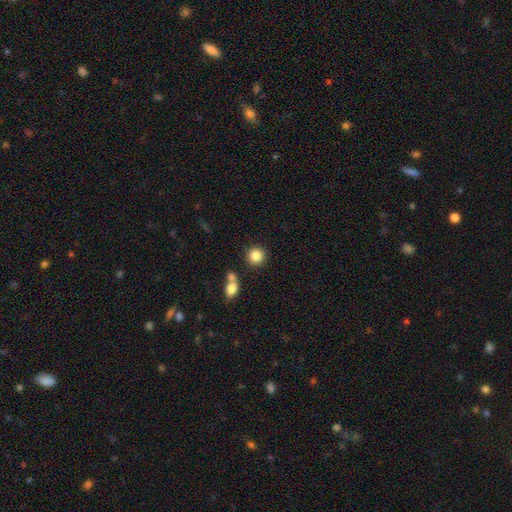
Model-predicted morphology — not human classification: smooth-or-featured: smooth: 84% | star or artifact: 10% | featured or disk: 6%
  how-rounded: round: 92% | in between: 7% | cigar-shaped: 1%
  merging: none: 81% | merger: 9% | minor disturbance: 7% | major disturbance: 3%